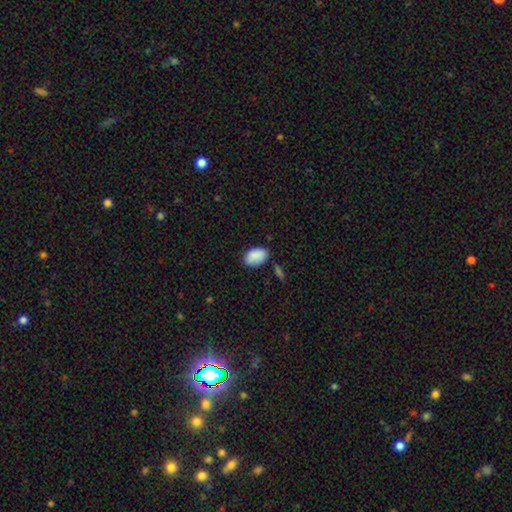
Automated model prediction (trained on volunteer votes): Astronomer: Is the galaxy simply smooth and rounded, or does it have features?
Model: smooth — 89%.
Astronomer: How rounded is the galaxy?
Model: in between — 91%.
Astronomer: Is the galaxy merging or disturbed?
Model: none — 76%.